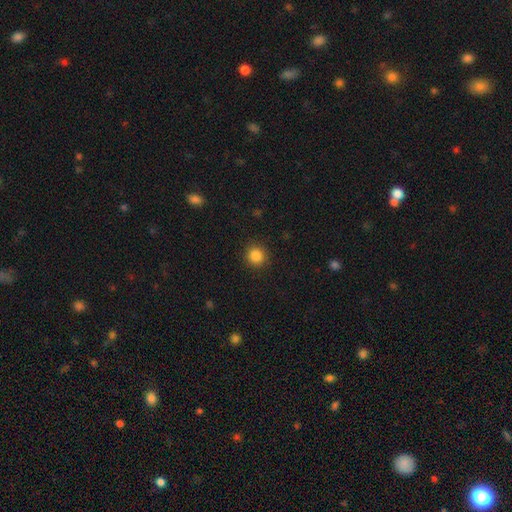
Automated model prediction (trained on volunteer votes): A smooth galaxy with no disk features (85%) that is round (93%). Merging: none (91%).